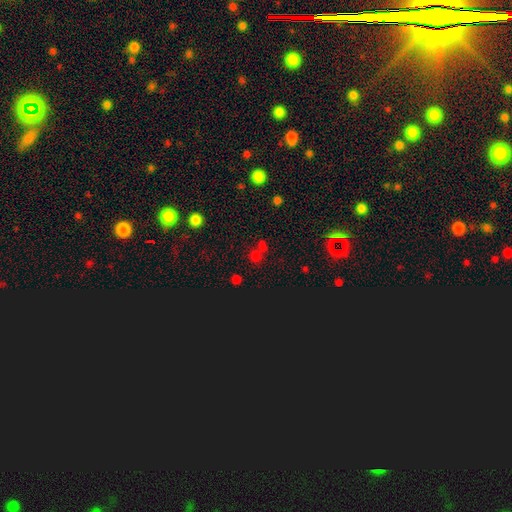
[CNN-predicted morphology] This is possibly a smooth galaxy (49%). Merging: possibly none (56%).